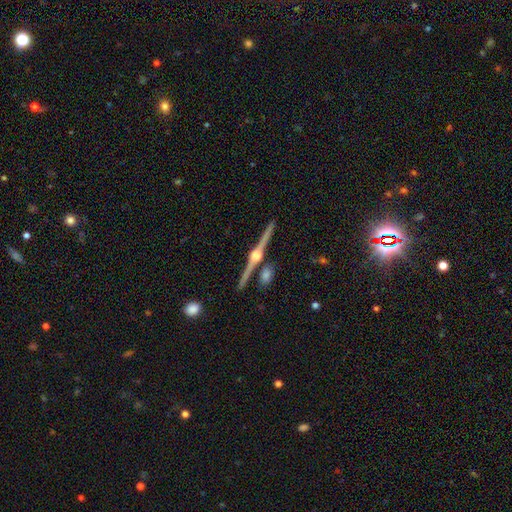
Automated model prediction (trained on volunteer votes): Morphology: type=featured or disk (86%); edge-on=yes (98%); edge-on bulge=rounded (92%); merging=none (85%).